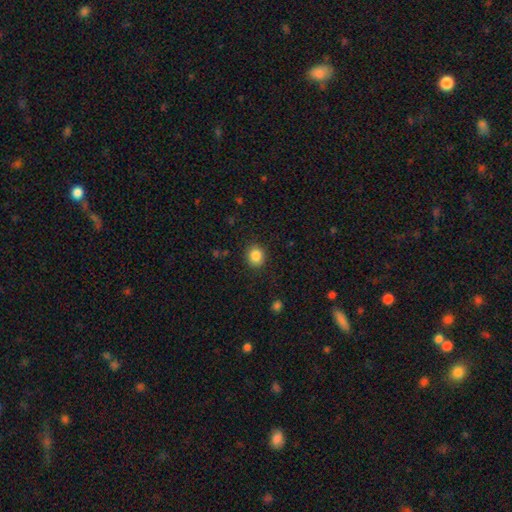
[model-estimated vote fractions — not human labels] This is clearly a smooth galaxy (86%). How rounded: likely round (76%). Merging: clearly none (87%).